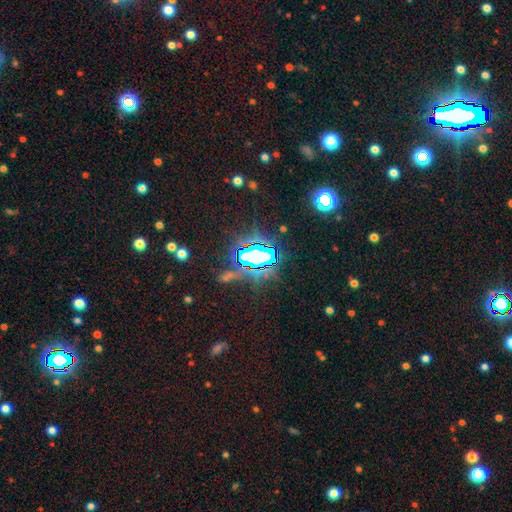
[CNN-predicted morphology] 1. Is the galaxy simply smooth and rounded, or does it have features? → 68% star or artifact, 19% smooth, 13% featured or disk.